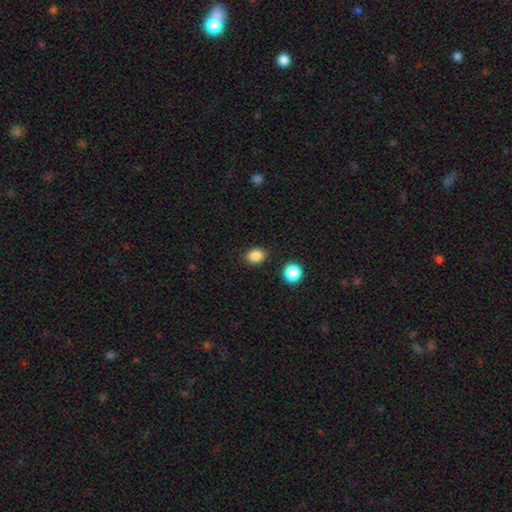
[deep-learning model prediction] Morphology: type=smooth (86%); roundness=in between (52%); merging=none (87%).